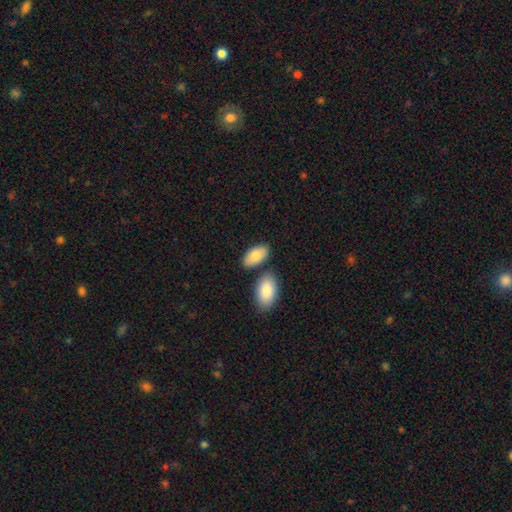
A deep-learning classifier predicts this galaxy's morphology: Smooth or featured?
  - smooth: 83% *
  - featured or disk: 11%
  - star or artifact: 6%
How rounded?
  - in between: 94% *
  - round: 3%
  - cigar-shaped: 2%
Merging?
  - none: 68% *
  - merger: 16%
  - minor disturbance: 12%
  - major disturbance: 3%